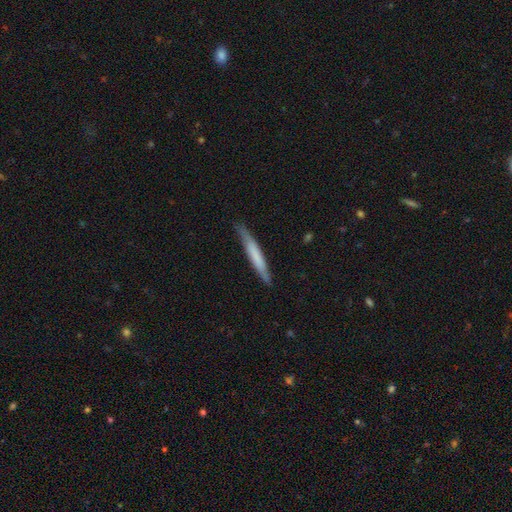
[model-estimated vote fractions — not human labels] smooth-or-featured: smooth: 60% | featured or disk: 35% | star or artifact: 5%
  how-rounded: cigar-shaped: 96% | in between: 3% | round: 1%
  merging: none: 83% | minor disturbance: 14% | major disturbance: 2% | merger: 1%